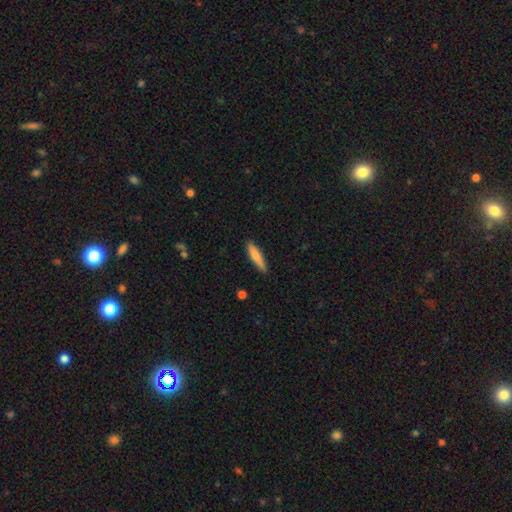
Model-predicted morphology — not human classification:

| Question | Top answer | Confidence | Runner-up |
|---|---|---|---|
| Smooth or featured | smooth | 77% | featured or disk (17%) |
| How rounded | cigar-shaped | 83% | in between (15%) |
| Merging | none | 86% | minor disturbance (11%) |